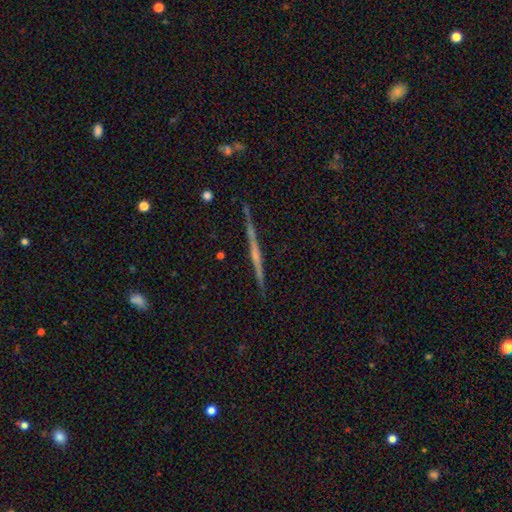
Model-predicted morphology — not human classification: Smooth or featured?
  - featured or disk: 71% *
  - smooth: 21%
  - star or artifact: 8%
Edge-on disk?
  - yes: 98% *
  - no: 2%
Edge-on bulge?
  - none: 57% *
  - rounded: 32%
  - boxy: 11%
Merging?
  - none: 89% *
  - minor disturbance: 8%
  - major disturbance: 2%
  - merger: 2%